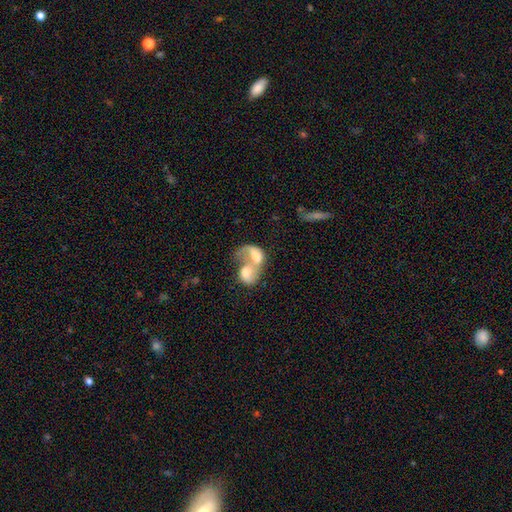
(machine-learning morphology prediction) This is possibly a smooth galaxy (54%). How rounded: likely in between (76%). Merging: likely merger (80%).